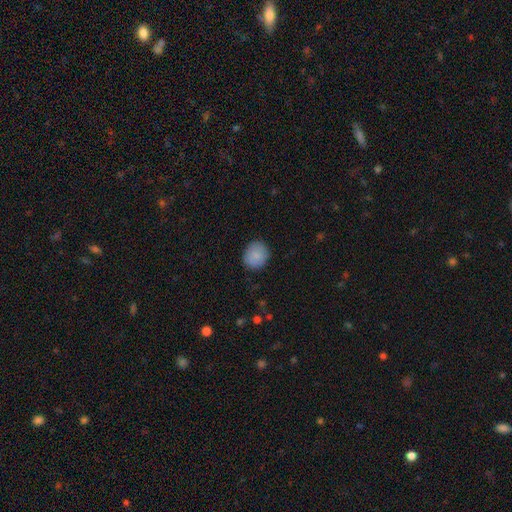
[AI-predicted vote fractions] smooth_or_featured: smooth (p=0.87) [alt: star or artifact p=0.07]
how_rounded: round (p=0.78) [alt: in between p=0.21]
merging: none (p=0.86) [alt: minor disturbance p=0.11]